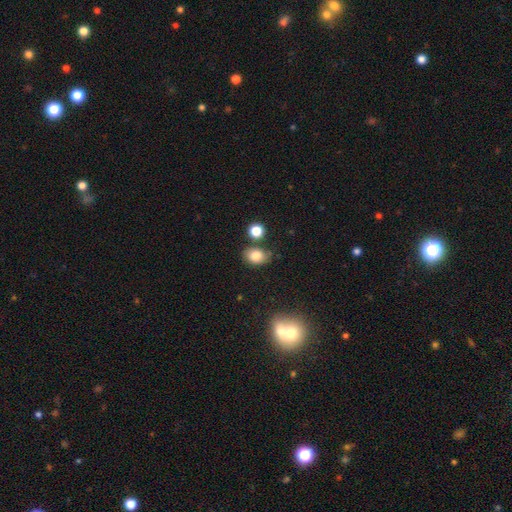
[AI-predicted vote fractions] Smooth or featured? smooth (81%)
How rounded? in between (66%)
Merging? none (72%)